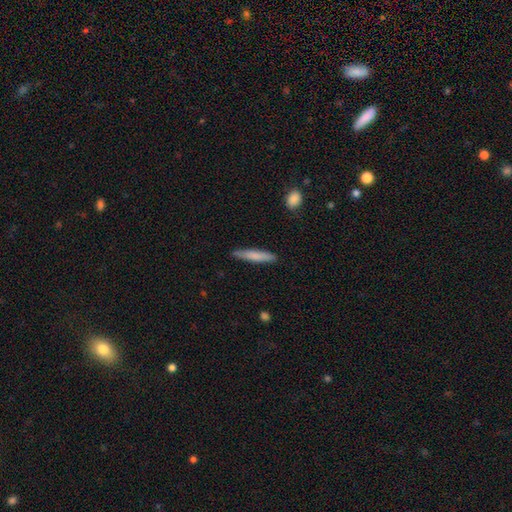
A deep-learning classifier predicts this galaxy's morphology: smooth-or-featured: smooth: 75% | featured or disk: 20% | star or artifact: 5%
  how-rounded: cigar-shaped: 91% | in between: 7% | round: 1%
  merging: none: 85% | minor disturbance: 11% | major disturbance: 2% | merger: 1%